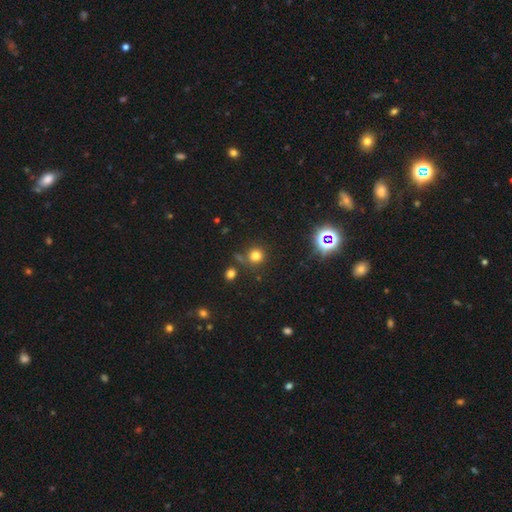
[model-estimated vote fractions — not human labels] This appears to be a smooth galaxy with no disk features (73%) that is round (91%). Merging: none (73%).